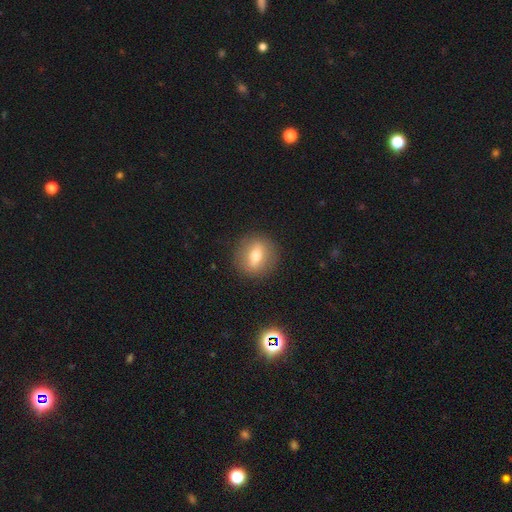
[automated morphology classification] Smooth or featured: smooth — 55% (featured or disk — 35%)
How rounded: round — 74% (in between — 23%)
Merging: none — 87% (minor disturbance — 8%)